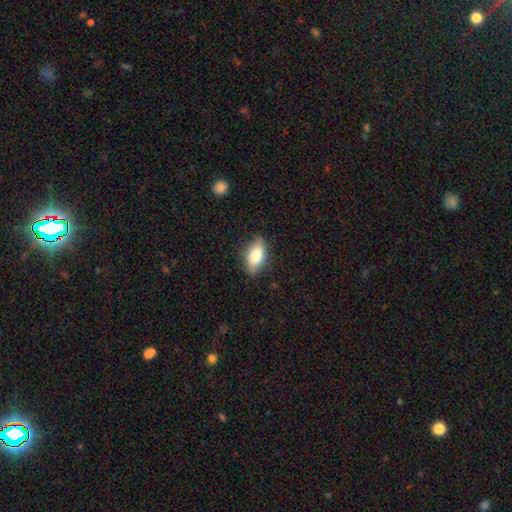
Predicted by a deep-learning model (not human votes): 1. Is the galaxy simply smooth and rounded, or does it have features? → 78% smooth, 15% featured or disk, 7% star or artifact.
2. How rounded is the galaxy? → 90% in between, 5% round, 5% cigar-shaped.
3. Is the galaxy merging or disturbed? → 82% none, 15% minor disturbance, 3% major disturbance, 1% merger.